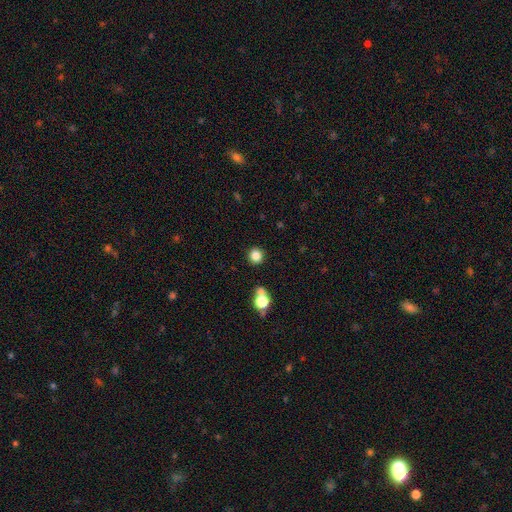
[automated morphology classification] type=smooth (84%); roundness=round (93%); merging=none (88%).